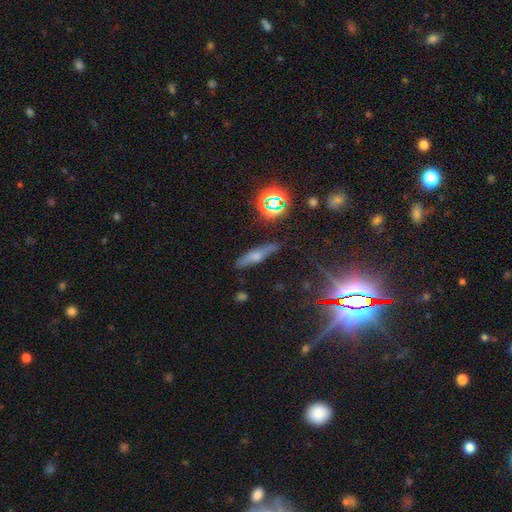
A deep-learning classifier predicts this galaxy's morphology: This is marginally a smooth galaxy (44%). Merging: clearly none (81%).